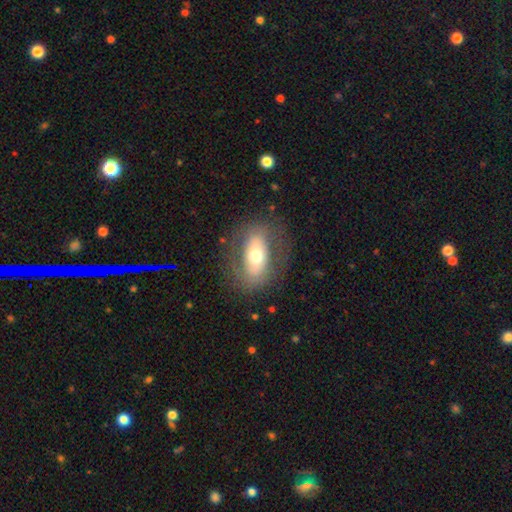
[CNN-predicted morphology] This appears to be a smooth galaxy with no disk features (49%). Merging: none (74%).